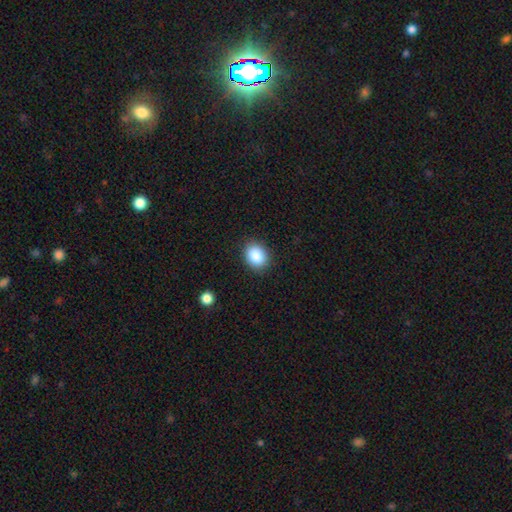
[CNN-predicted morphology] A smooth galaxy with no disk features (87%) that is round (51%). Merging: none (88%).